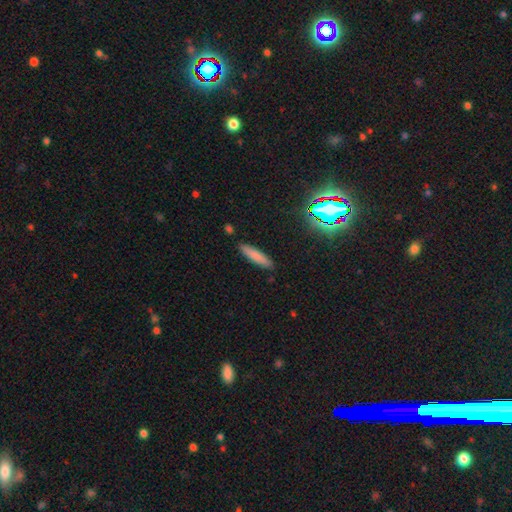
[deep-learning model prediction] A smooth galaxy with no disk features (79%) that is cigar-shaped (82%). Merging: none (88%).